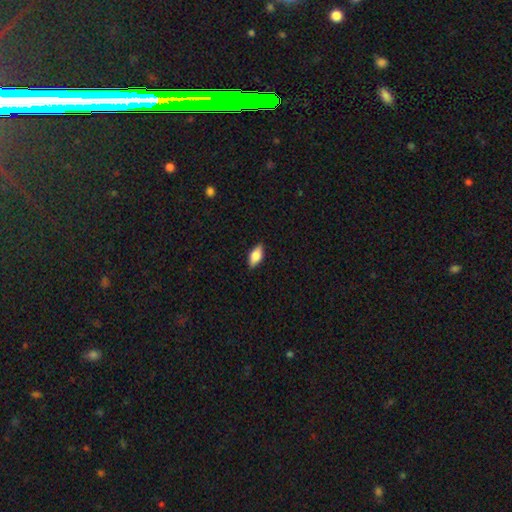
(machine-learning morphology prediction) type=smooth (75%); roundness=in between (86%); merging=none (86%).